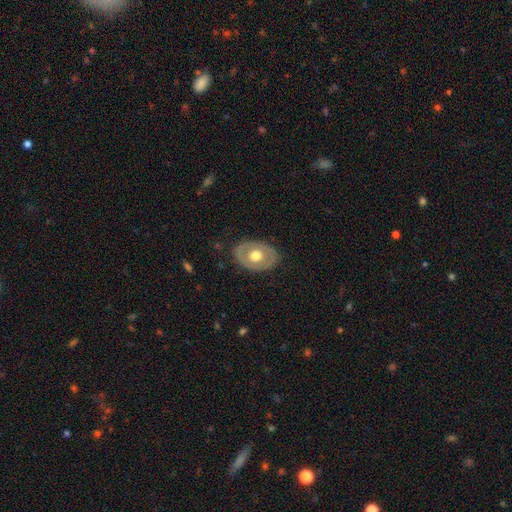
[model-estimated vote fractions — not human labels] Q: Smooth or featured?
A: smooth (49%); runner-up: featured or disk (46%)
Q: Merging?
A: none (82%); runner-up: minor disturbance (13%)